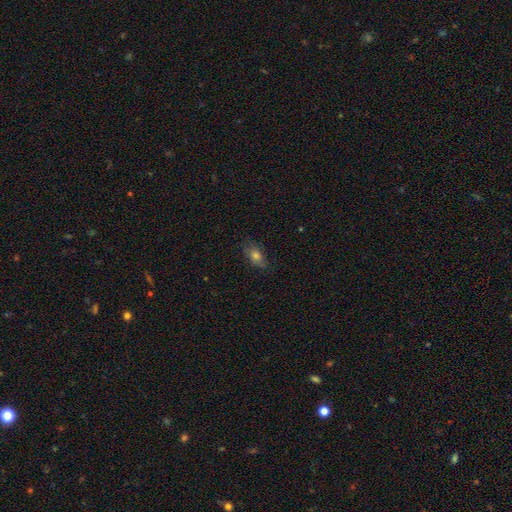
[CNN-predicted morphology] Smooth or featured?
  - smooth: 70% *
  - featured or disk: 17%
  - star or artifact: 14%
How rounded?
  - in between: 79% *
  - round: 13%
  - cigar-shaped: 8%
Merging?
  - none: 76% *
  - minor disturbance: 18%
  - major disturbance: 4%
  - merger: 1%